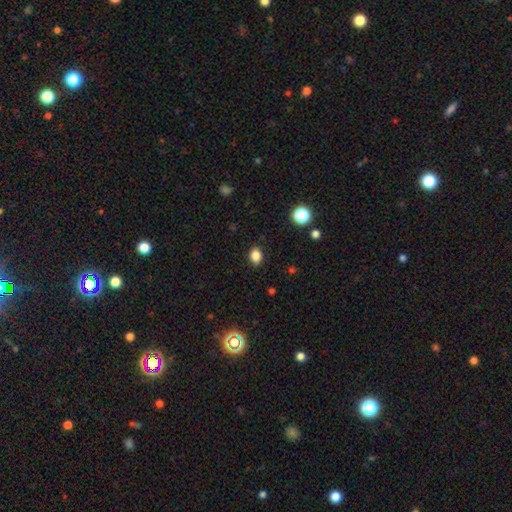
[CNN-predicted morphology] type=smooth (85%); roundness=in between (67%); merging=none (87%).